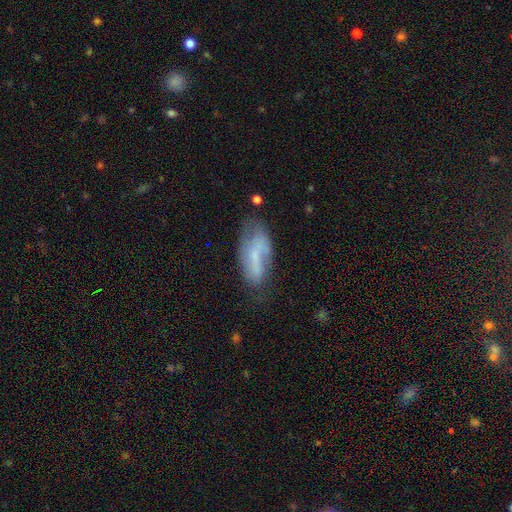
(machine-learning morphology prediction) Overall: featured or disk (47%; smooth 44%). Merging: none (52%; minor disturbance 29%).